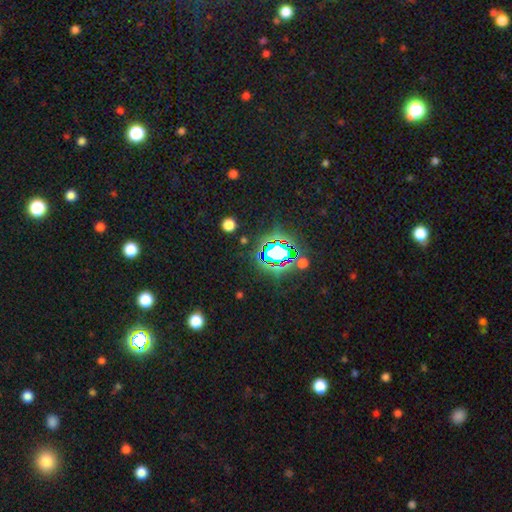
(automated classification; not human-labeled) Morphology: type=star or artifact (77%).